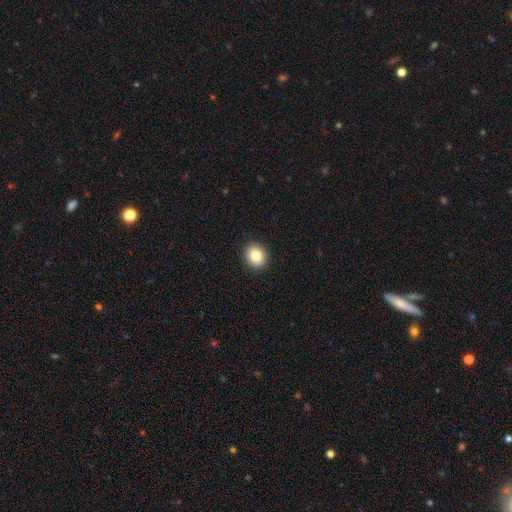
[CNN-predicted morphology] Overall: smooth (84%). How rounded: round (71%). Merging: none (91%).